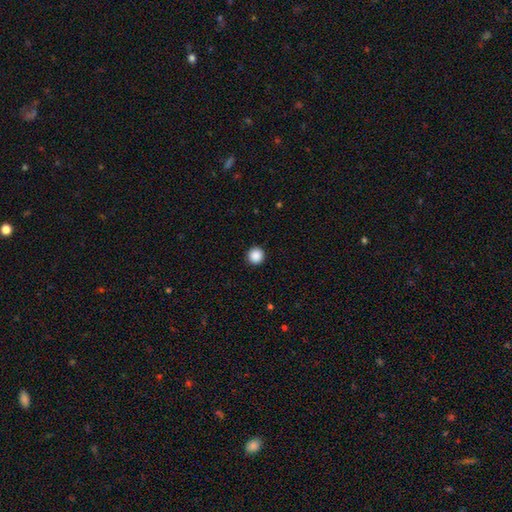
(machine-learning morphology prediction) Smooth or featured? Predicted: smooth (p=0.89). How rounded? Predicted: round (p=0.96). Merging? Predicted: none (p=0.93).